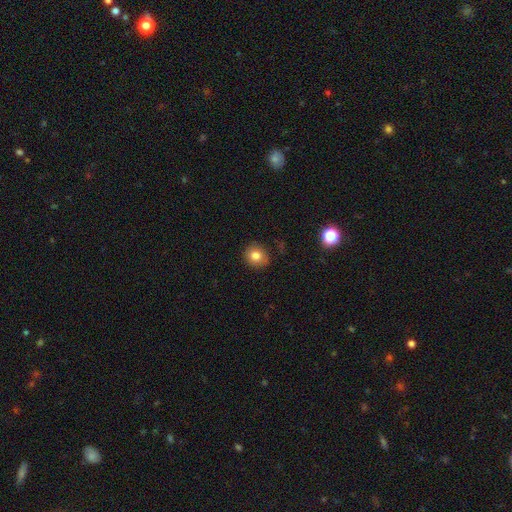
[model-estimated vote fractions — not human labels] Overall: smooth (80%). How rounded: round (79%). Merging: none (85%).